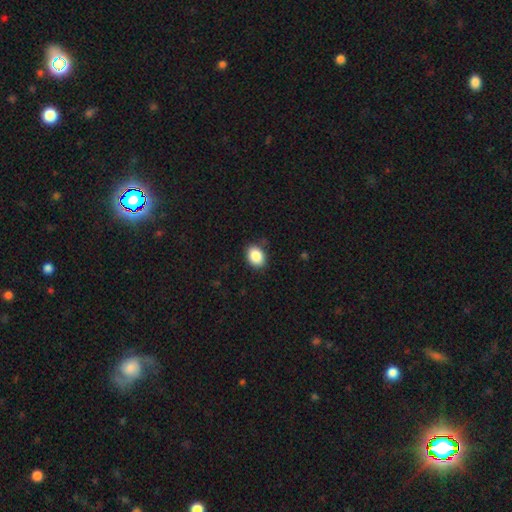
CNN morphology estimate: A smooth galaxy with no disk features (87%) that is in between round and cigar-shaped (66%). Merging: none (84%).